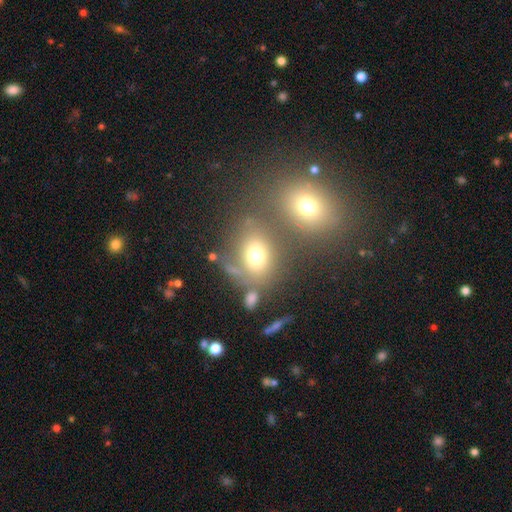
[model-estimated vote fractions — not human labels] Smooth or featured: smooth — 67% (star or artifact — 17%)
How rounded: in between — 56% (round — 42%)
Merging: none — 51% (merger — 27%)